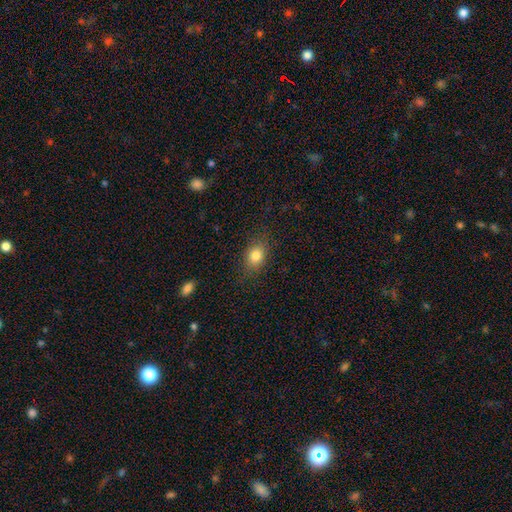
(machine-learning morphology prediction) A smooth galaxy with no disk features (82%) that is in between round and cigar-shaped (63%). Merging: none (82%).